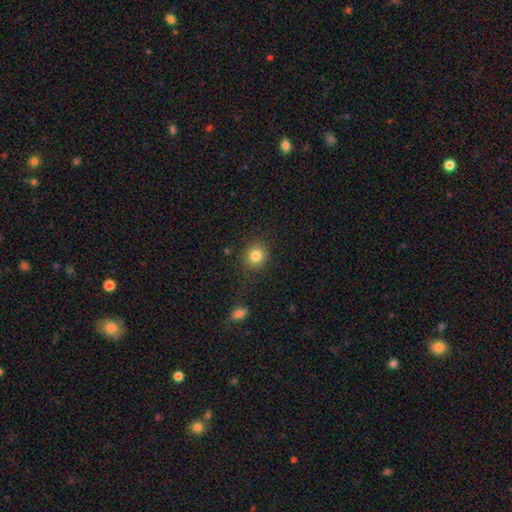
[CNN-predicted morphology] This appears to be a smooth galaxy with no disk features (84%) that is round (81%). Merging: none (85%).